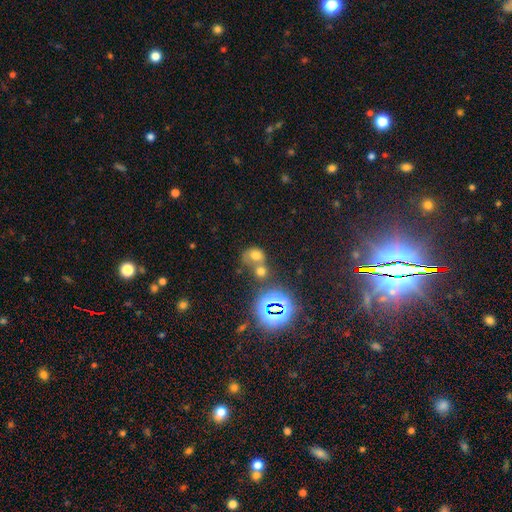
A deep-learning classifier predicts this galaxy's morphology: The model was most divided on "how rounded": round: 58%, in between: 40%, cigar-shaped: 1%. More confident: smooth or featured — smooth (59%); merging — merger (53%).